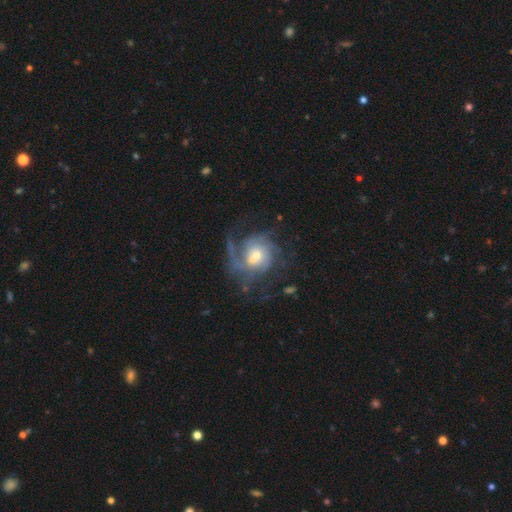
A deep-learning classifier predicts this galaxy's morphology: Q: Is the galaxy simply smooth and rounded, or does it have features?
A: featured or disk — 82%.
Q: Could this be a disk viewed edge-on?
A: no — 98%.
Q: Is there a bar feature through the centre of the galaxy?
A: no — 67%.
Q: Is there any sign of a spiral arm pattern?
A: yes — 94%.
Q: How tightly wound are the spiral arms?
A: medium — 41%.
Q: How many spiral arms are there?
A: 2 — 25%, tied with can't tell.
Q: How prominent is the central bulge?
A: moderate — 54%.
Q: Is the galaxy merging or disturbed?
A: none — 55%.